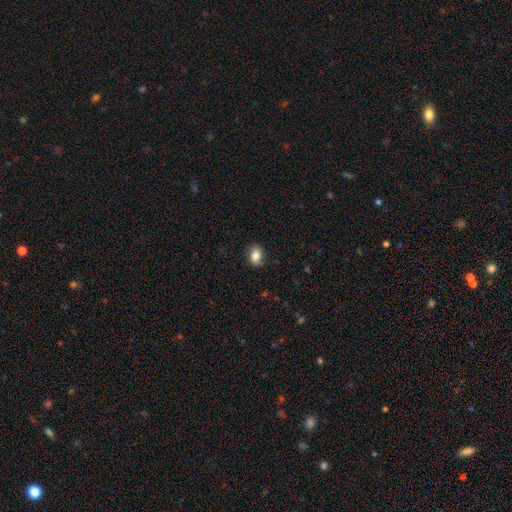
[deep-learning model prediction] smooth 82%, featured or disk 10%, star or artifact 8%. Down the decision tree: how rounded — in between (65%); merging — none (84%).